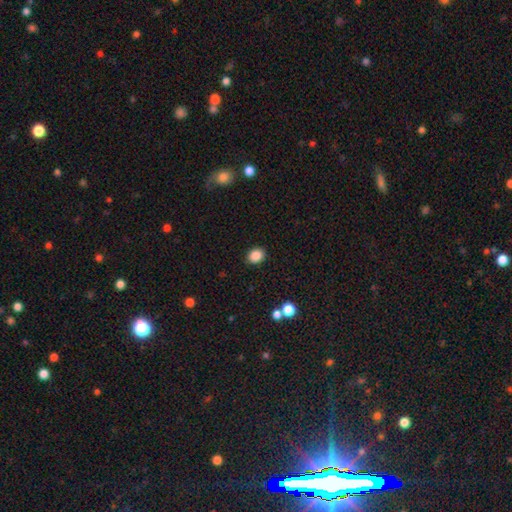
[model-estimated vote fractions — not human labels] Smooth or featured: smooth — 86% (star or artifact — 10%)
How rounded: round — 54% (in between — 45%)
Merging: none — 88% (minor disturbance — 8%)